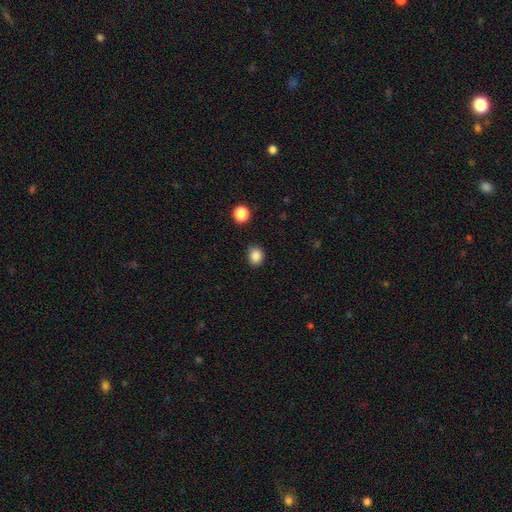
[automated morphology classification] Overall: smooth (85%). How rounded: round (68%; in between 31%). Merging: none (83%).